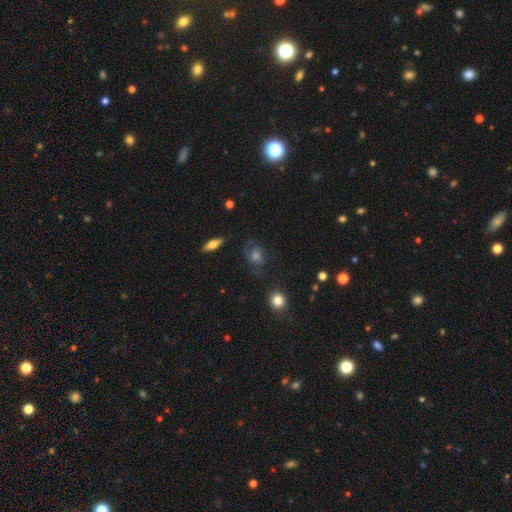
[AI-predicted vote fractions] This appears to be a smooth galaxy with no disk features (46%). Merging: none (66%).